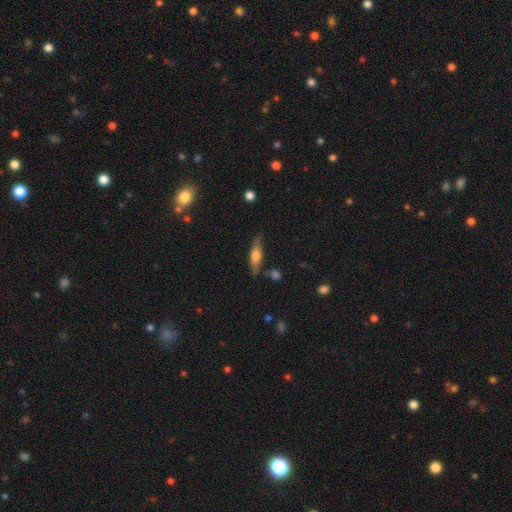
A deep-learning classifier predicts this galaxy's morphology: smooth 53%, featured or disk 41%, star or artifact 7%. Down the decision tree: how rounded — cigar-shaped (63%); merging — none (75%).